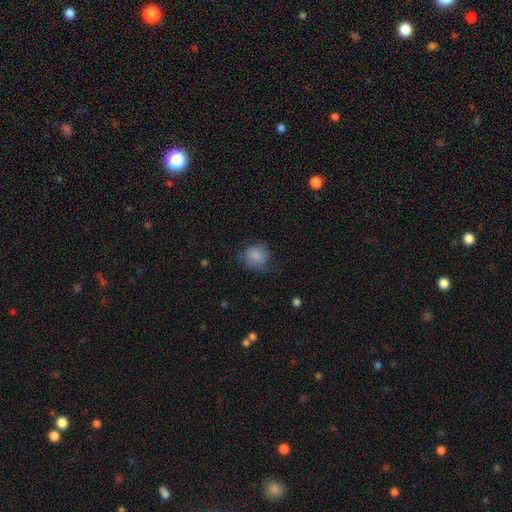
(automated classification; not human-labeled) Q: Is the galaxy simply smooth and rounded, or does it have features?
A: smooth — 81%.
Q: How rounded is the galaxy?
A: round — 76%.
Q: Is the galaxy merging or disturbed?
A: none — 61%.